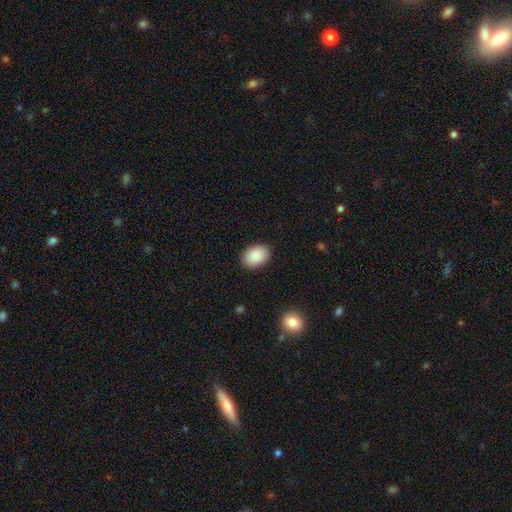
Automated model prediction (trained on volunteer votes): Morphology: type=smooth (89%); roundness=in between (84%); merging=none (89%).